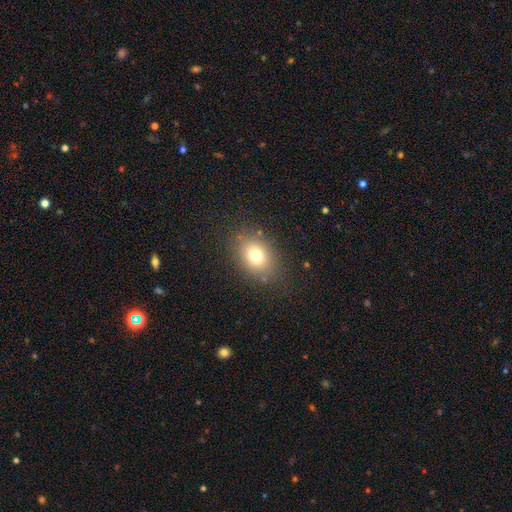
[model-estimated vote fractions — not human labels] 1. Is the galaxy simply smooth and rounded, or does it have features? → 75% smooth, 13% star or artifact, 11% featured or disk.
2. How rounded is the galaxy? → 59% in between, 39% round, 1% cigar-shaped.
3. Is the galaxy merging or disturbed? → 82% none, 11% minor disturbance, 5% major disturbance, 2% merger.